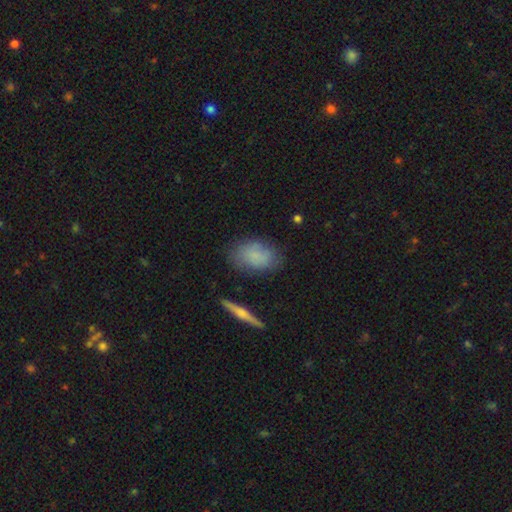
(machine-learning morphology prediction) This appears to be a smooth galaxy with no disk features (75%) that is in between round and cigar-shaped (87%). Merging: none (72%).